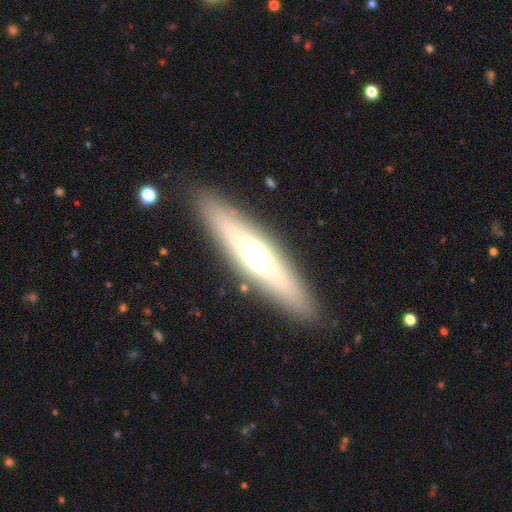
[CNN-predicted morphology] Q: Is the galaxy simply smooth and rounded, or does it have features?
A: featured or disk — 50%.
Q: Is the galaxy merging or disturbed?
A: none — 88%.